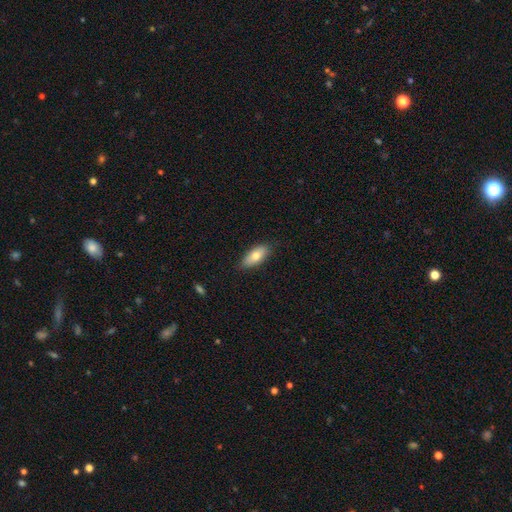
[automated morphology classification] A smooth galaxy with no disk features (75%) that is in between round and cigar-shaped (80%).

Vote fractions:
- Smooth or featured? smooth: 75% / featured or disk: 18% / star or artifact: 6%
- How rounded? in between: 80% / cigar-shaped: 18% / round: 3%
- Merging? none: 84% / minor disturbance: 13% / major disturbance: 2% / merger: 1%